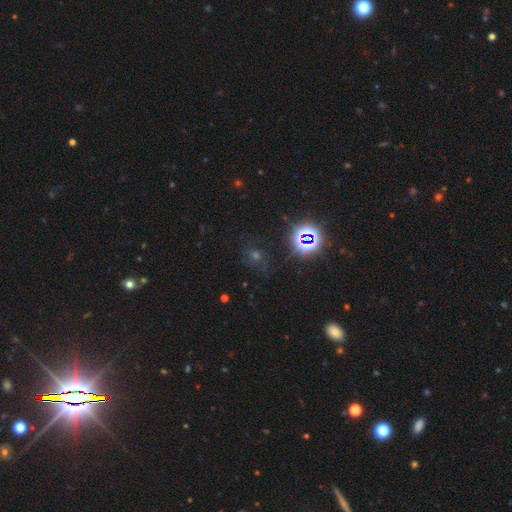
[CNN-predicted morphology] star or artifact 54%, smooth 31%, featured or disk 15%.